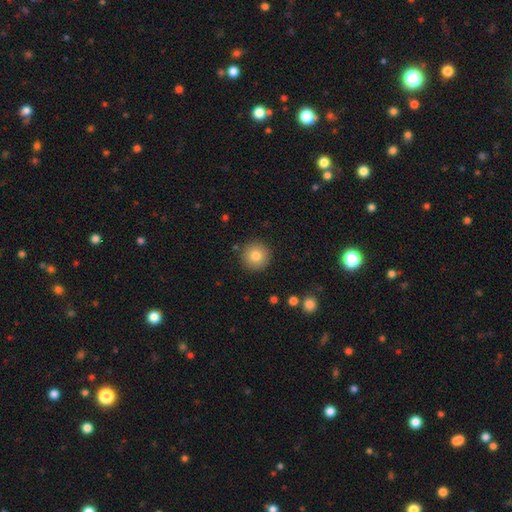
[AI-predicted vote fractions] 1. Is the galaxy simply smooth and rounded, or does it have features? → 81% smooth, 9% star or artifact, 9% featured or disk.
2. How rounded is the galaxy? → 96% round, 3% in between, 1% cigar-shaped.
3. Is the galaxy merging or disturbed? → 90% none, 6% minor disturbance, 2% major disturbance, 2% merger.